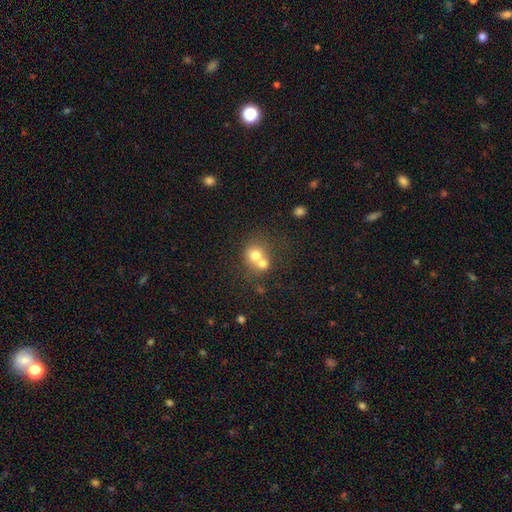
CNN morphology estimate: type=smooth (68%); roundness=round (77%); merging=merger (63%).